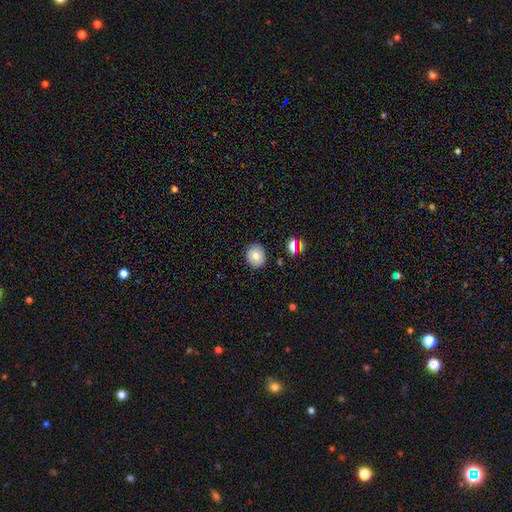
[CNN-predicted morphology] smooth 74%, featured or disk 15%, star or artifact 10%. Down the decision tree: how rounded — round (73%); merging — none (88%).